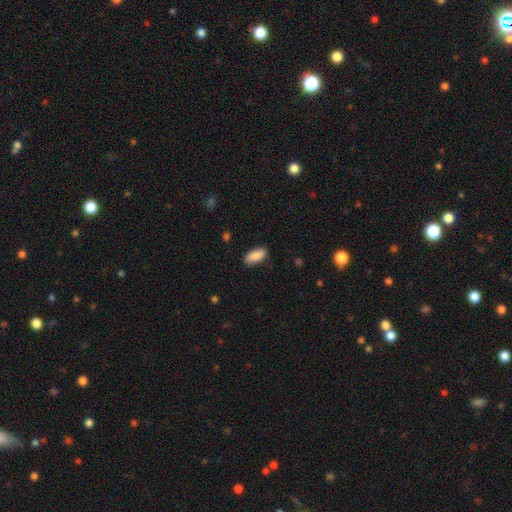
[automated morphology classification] smooth 87%, featured or disk 7%, star or artifact 6%. Down the decision tree: how rounded — in between (87%); merging — none (83%).